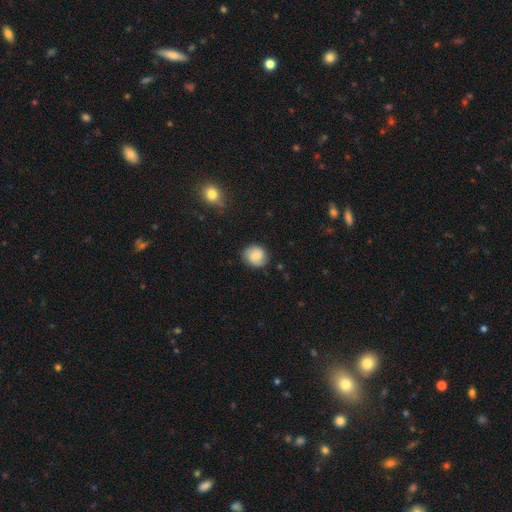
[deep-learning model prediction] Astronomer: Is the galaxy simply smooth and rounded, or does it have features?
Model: smooth — 64%.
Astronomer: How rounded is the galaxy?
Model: round — 82%.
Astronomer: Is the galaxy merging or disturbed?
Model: none — 82%.